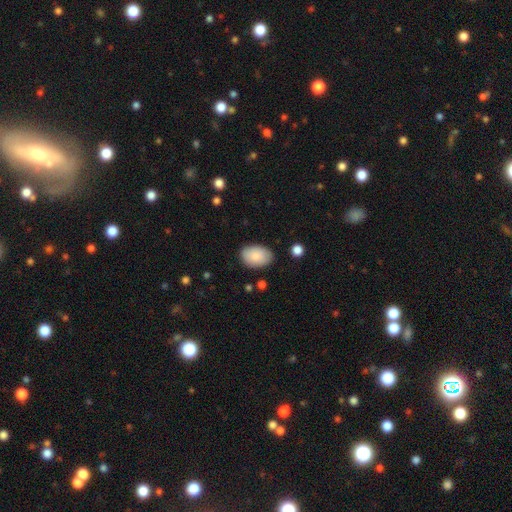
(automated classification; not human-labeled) smooth_or_featured: smooth (p=0.87) [alt: featured or disk p=0.07]
how_rounded: in between (p=0.88) [alt: round p=0.11]
merging: none (p=0.83) [alt: minor disturbance p=0.13]